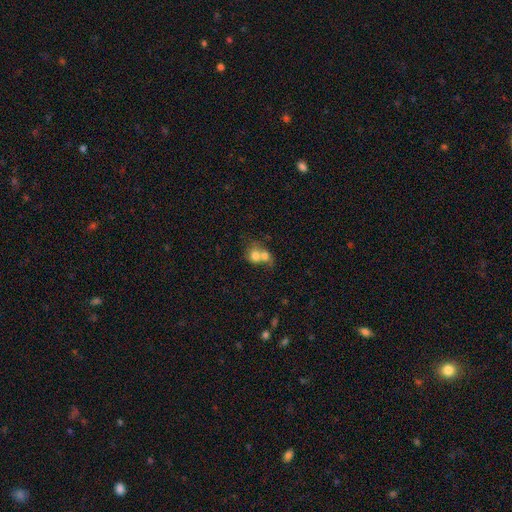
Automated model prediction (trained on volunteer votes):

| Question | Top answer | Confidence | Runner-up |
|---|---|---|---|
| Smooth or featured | smooth | 70% | featured or disk (20%) |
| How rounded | round | 61% | in between (38%) |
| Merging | merger | 74% | none (16%) |